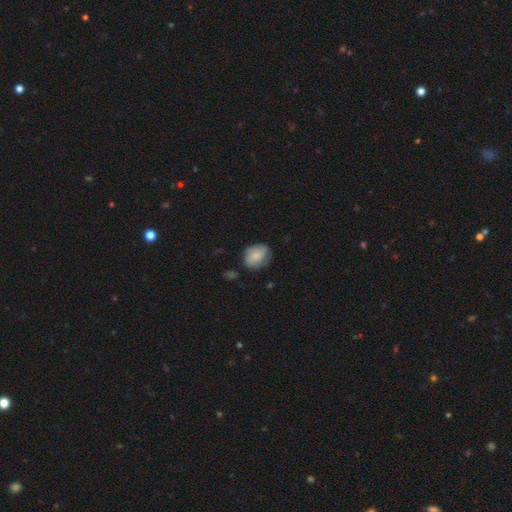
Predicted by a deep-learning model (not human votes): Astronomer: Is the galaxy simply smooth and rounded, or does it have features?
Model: smooth — 76%.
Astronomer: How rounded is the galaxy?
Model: in between — 68%.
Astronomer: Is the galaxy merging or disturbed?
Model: none — 66%.